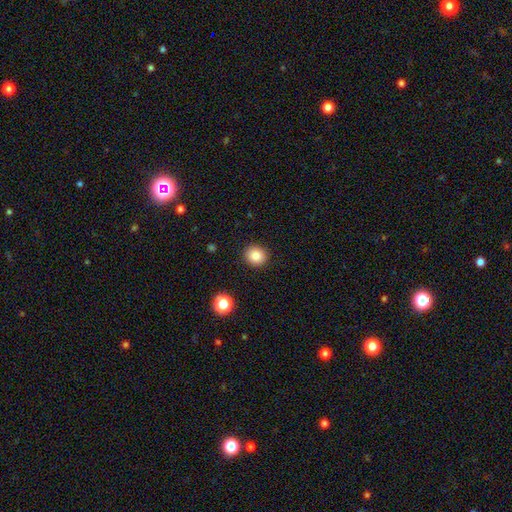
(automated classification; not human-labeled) A smooth galaxy with no disk features (85%) that is round (85%).

Vote fractions:
- Smooth or featured? smooth: 85% / star or artifact: 10% / featured or disk: 5%
- How rounded? round: 85% / in between: 14% / cigar-shaped: 1%
- Merging? none: 91% / minor disturbance: 6% / major disturbance: 2% / merger: 1%